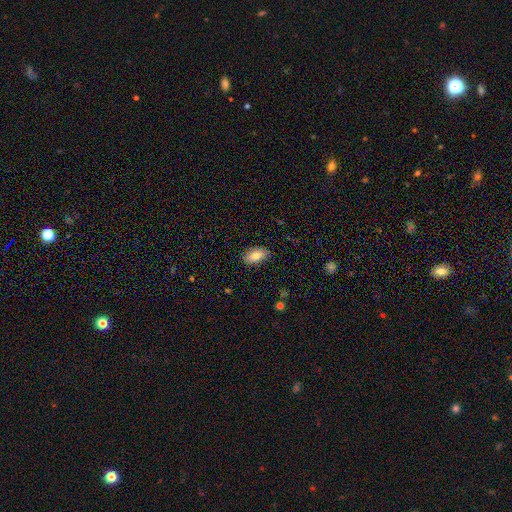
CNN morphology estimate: A smooth galaxy with no disk features (82%) that is in between round and cigar-shaped (92%). Merging: none (86%).